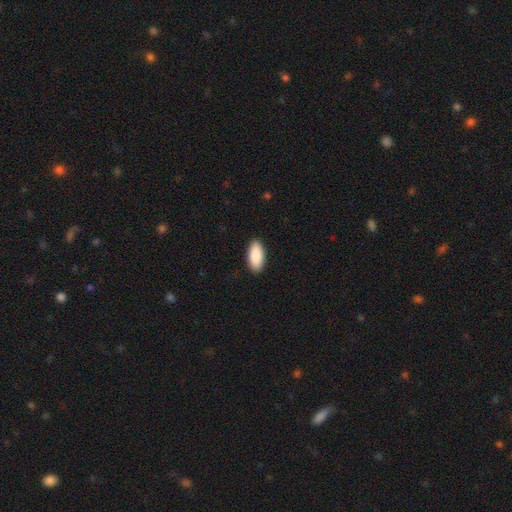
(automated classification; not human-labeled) Smooth or featured? Predicted: smooth (p=0.90). How rounded? Predicted: in between (p=0.91). Merging? Predicted: none (p=0.90).